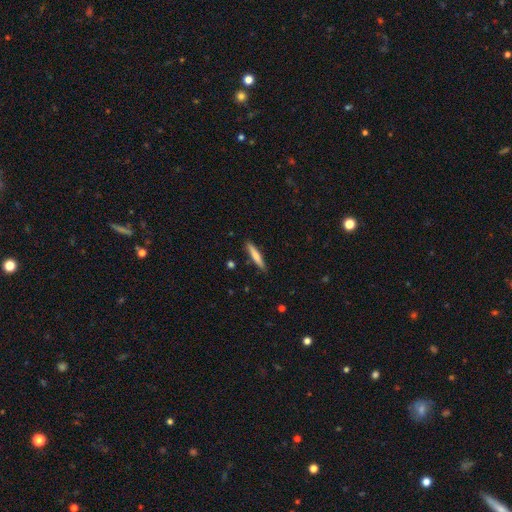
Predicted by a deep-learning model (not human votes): A smooth galaxy with no disk features (68%) that is cigar-shaped (91%). Merging: none (88%).